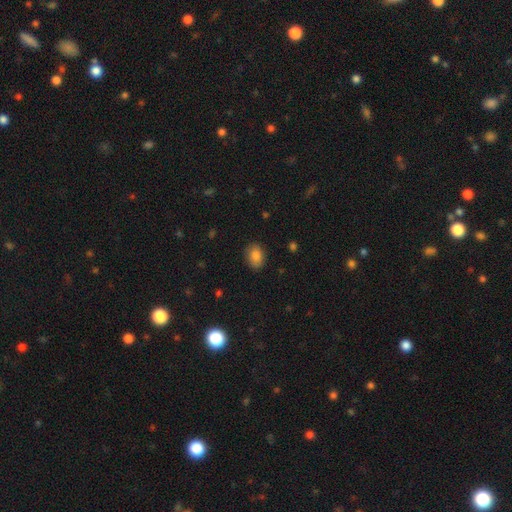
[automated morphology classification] This is clearly a smooth galaxy (85%). How rounded: likely in between (71%). Merging: clearly none (85%).